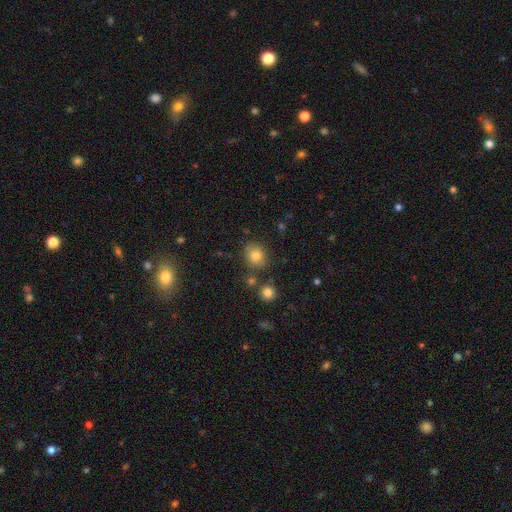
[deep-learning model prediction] smooth-or-featured: smooth: 80% | star or artifact: 12% | featured or disk: 8%
  how-rounded: round: 73% | in between: 26% | cigar-shaped: 1%
  merging: none: 78% | minor disturbance: 12% | merger: 6% | major disturbance: 3%